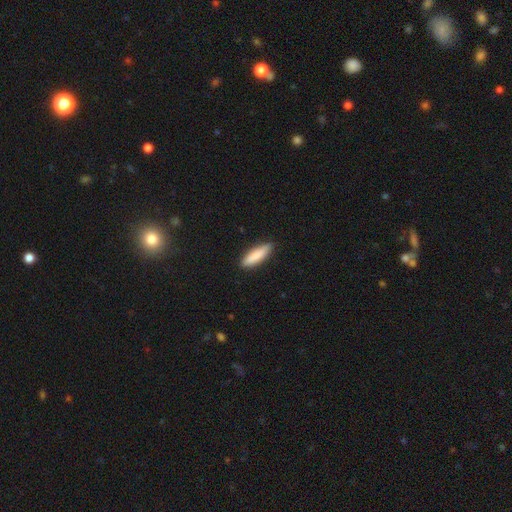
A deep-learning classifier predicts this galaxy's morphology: smooth_or_featured: smooth (p=0.84) [alt: featured or disk p=0.10]
how_rounded: cigar-shaped (p=0.66) [alt: in between p=0.33]
merging: none (p=0.88) [alt: minor disturbance p=0.09]